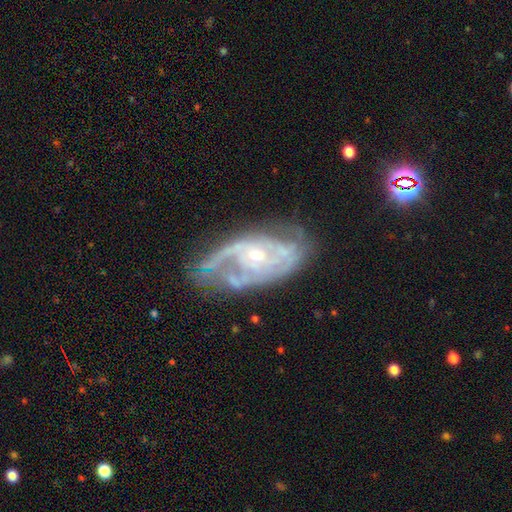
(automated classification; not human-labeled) The model was most divided on "spiral arm count": can't tell: 39%, 2: 32%, 3: 13%, 1: 7%, 4: 5%, more than 4: 4%. Remaining: edge-on disk — no (94%); spiral arms — yes (86%); smooth or featured — featured or disk (83%); bar — no (65%); bulge size — small (61%); merging — none (52%); spiral winding — tight (47%).